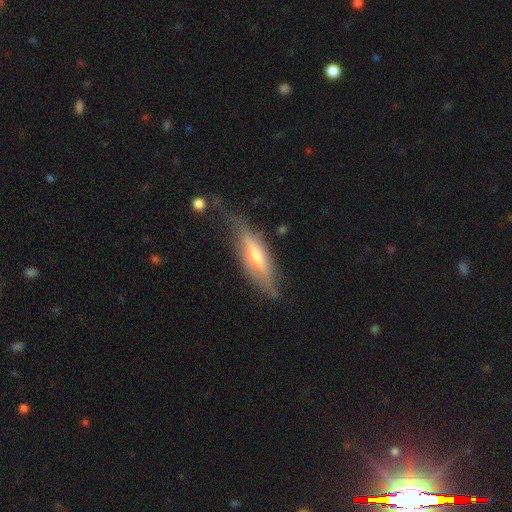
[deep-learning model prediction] Smooth or featured? Predicted: featured or disk (p=0.55). Edge-on disk? Predicted: yes (p=0.72). Merging? Predicted: none (p=0.55).